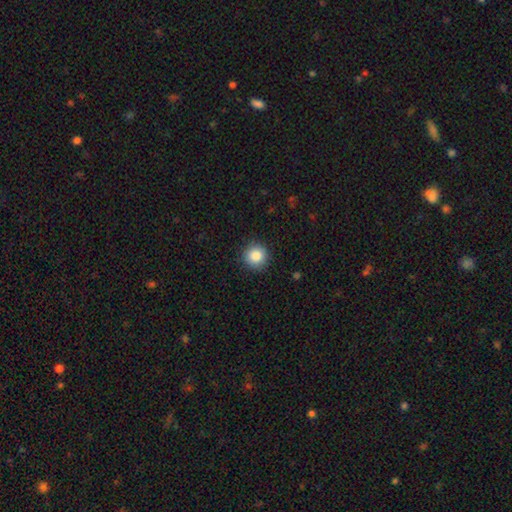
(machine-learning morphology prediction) Overall: smooth (87%). How rounded: round (93%). Merging: none (90%).